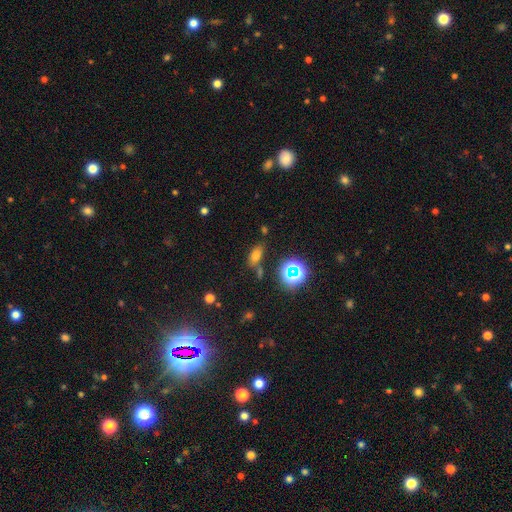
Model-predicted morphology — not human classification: Smooth or featured? smooth (67%)
How rounded? in between (81%)
Merging? none (68%)